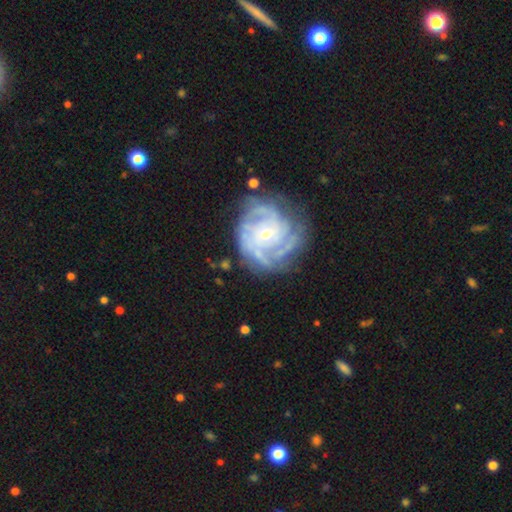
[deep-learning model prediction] The model was most divided on "spiral arm count": 3: 28%, 4: 23%, can't tell: 20%, 2: 14%, more than 4: 8%, 1: 7%. More confident: edge-on disk — no (97%); spiral arms — yes (97%); smooth or featured — featured or disk (87%); merging — none (73%); spiral winding — tight (72%); bar — no (69%); bulge size — small (68%).